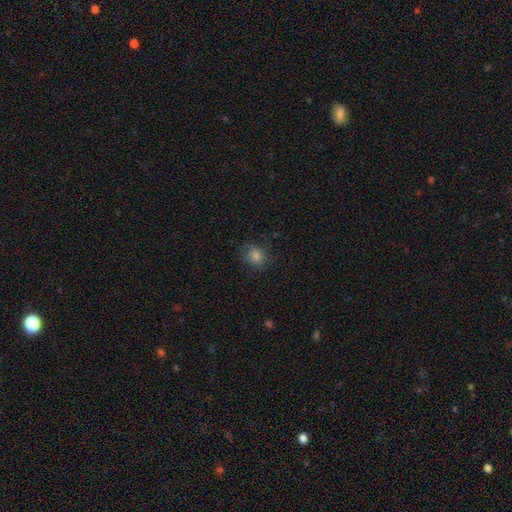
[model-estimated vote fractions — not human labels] The model was most divided on "how rounded": round: 77%, in between: 22%, cigar-shaped: 1%. More confident: merging — none (79%); smooth or featured — smooth (75%).